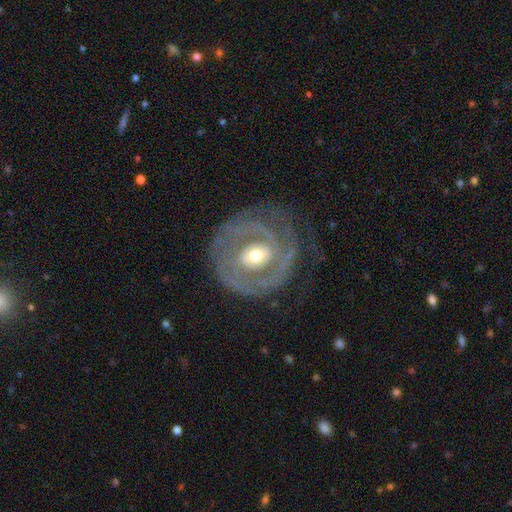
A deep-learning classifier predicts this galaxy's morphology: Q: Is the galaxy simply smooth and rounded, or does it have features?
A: featured or disk — 82%.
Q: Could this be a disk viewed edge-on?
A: no — 97%.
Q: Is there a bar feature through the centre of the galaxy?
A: no — 59%.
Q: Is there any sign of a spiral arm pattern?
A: yes — 80%.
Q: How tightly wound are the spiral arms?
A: tight — 62%.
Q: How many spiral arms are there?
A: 2 — 38%.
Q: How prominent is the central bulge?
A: moderate — 65%.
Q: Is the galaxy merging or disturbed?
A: none — 67%.